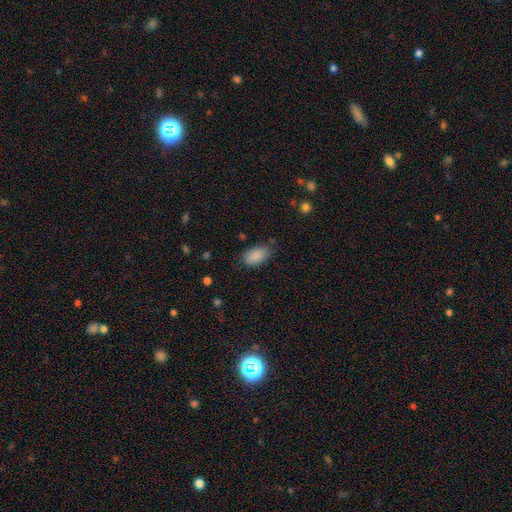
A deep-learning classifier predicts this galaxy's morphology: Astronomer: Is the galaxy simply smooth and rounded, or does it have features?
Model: smooth — 88%.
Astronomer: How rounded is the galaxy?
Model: in between — 93%.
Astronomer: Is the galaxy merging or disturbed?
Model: none — 75%.